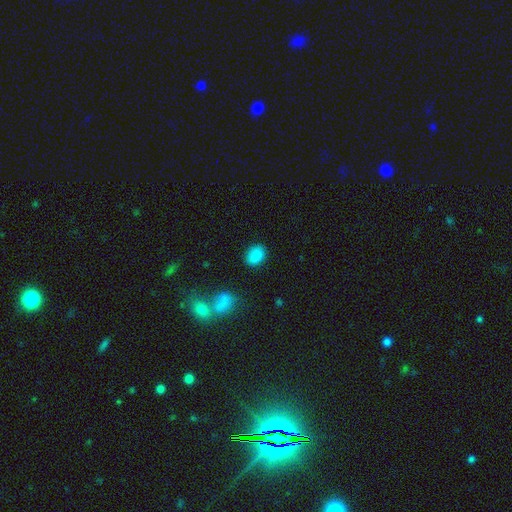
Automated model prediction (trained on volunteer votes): Morphology: type=smooth (87%); roundness=in between (75%); merging=none (82%).